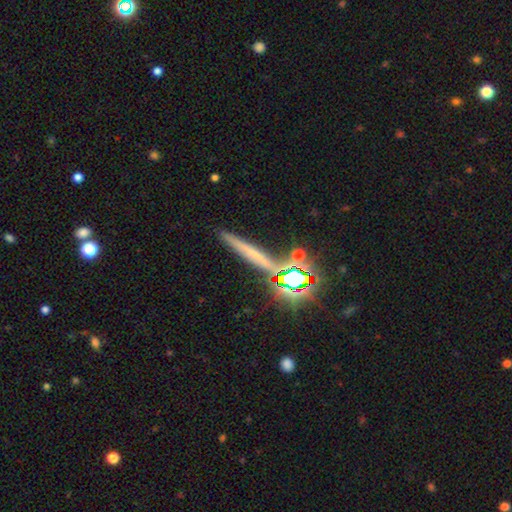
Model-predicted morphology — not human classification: smooth_or_featured: smooth (p=0.37) [alt: star or artifact p=0.33]
merging: none (p=0.81) [alt: minor disturbance p=0.10]